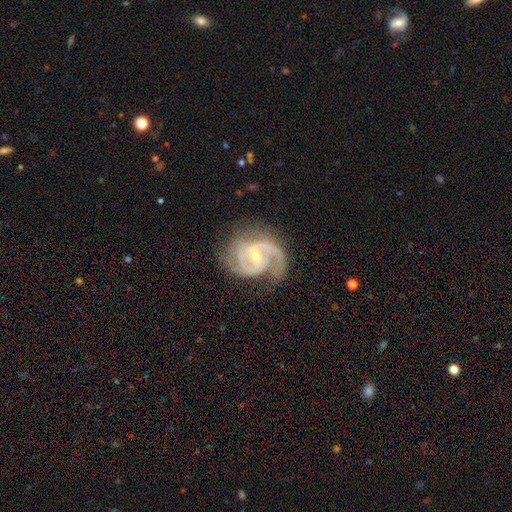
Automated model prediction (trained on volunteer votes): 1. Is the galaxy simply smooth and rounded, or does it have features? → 91% featured or disk, 5% star or artifact, 4% smooth.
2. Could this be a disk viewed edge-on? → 98% no, 2% yes.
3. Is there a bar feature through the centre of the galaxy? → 44% weak, 39% no, 17% strong.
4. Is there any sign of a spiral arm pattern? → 97% yes, 3% no.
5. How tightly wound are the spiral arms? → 48% medium, 39% tight, 13% loose.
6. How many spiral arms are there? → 63% 2, 12% 3, 10% 1, 9% can't tell, 3% 4, 3% more than 4.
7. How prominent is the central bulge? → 51% small, 46% moderate, 1% large, 1% none, 1% dominant.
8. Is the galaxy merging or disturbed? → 62% none, 21% minor disturbance, 15% major disturbance, 2% merger.